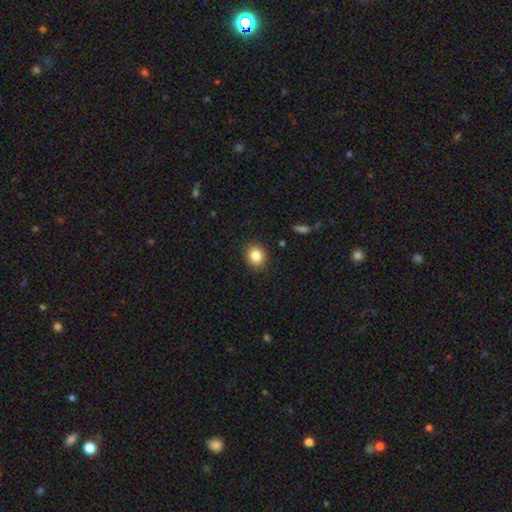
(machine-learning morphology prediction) This is clearly a smooth galaxy (85%). How rounded: likely round (71%). Merging: clearly none (89%).